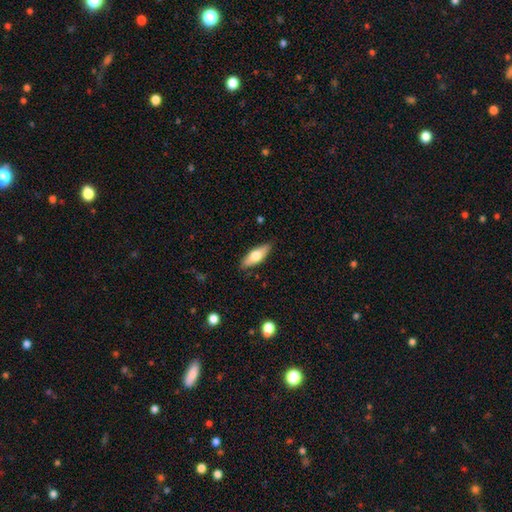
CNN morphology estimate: Smooth or featured: smooth — 63% (featured or disk — 31%)
How rounded: in between — 64% (cigar-shaped — 34%)
Merging: none — 86% (minor disturbance — 10%)